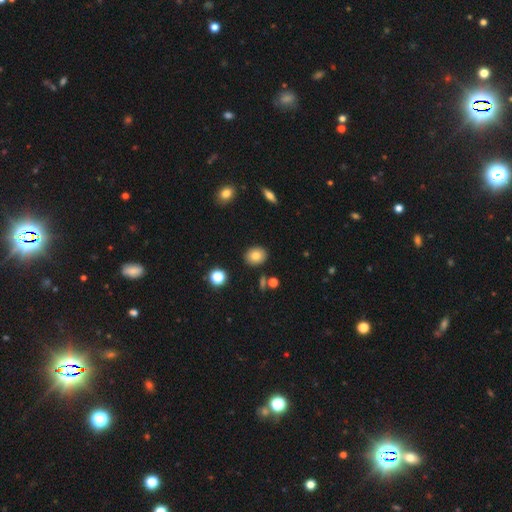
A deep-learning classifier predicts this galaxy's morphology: A smooth galaxy with no disk features (81%) that is round (55%).

Vote fractions:
- Smooth or featured? smooth: 81% / star or artifact: 10% / featured or disk: 9%
- How rounded? round: 55% / in between: 43% / cigar-shaped: 1%
- Merging? none: 88% / minor disturbance: 8% / merger: 3% / major disturbance: 2%